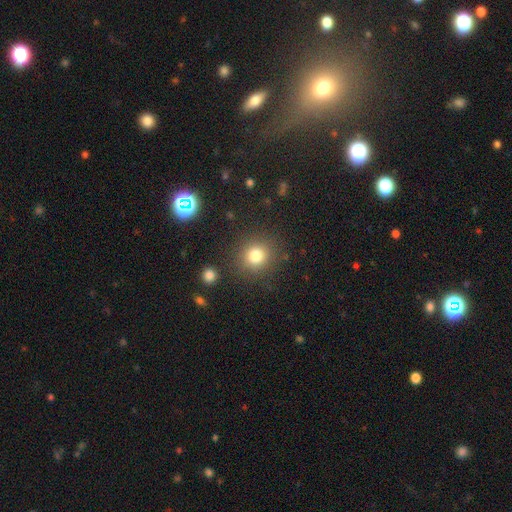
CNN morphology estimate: Smooth or featured?
  - smooth: 80% *
  - star or artifact: 13%
  - featured or disk: 7%
How rounded?
  - round: 88% *
  - in between: 11%
  - cigar-shaped: 1%
Merging?
  - none: 86% *
  - minor disturbance: 8%
  - major disturbance: 4%
  - merger: 3%